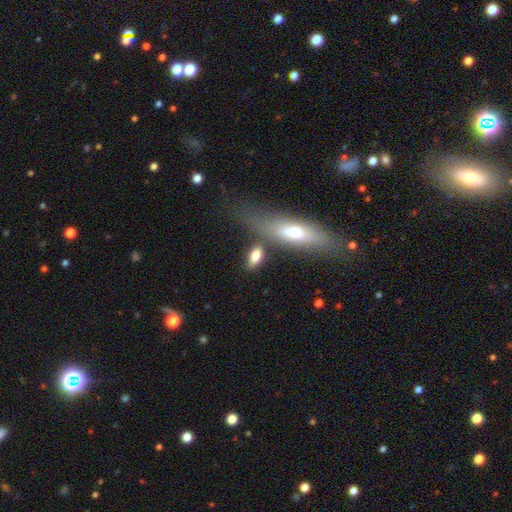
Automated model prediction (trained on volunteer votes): Smooth or featured: smooth — 77% (featured or disk — 15%)
How rounded: in between — 81% (cigar-shaped — 13%)
Merging: none — 62% (merger — 18%)